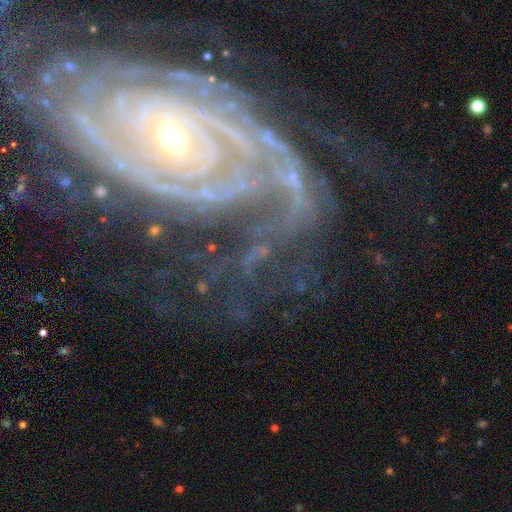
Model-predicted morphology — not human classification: smooth-or-featured: featured or disk: 86% | star or artifact: 9% | smooth: 5%
  disk-edge-on: no: 96% | yes: 4%
    bar: no: 55% | weak: 25% | strong: 20%
    has-spiral-arms: yes: 95% | no: 5%
      spiral-winding: tight: 71% | medium: 22% | loose: 7%
      spiral-arm-count: can't tell: 26% | 2: 21% | 3: 17% | 4: 14% | more than 4: 12% | 1: 10%
    bulge-size: small: 53% | moderate: 42% | large: 3% | dominant: 1% | none: 1%
  merging: none: 60% | major disturbance: 20% | minor disturbance: 17% | merger: 3%